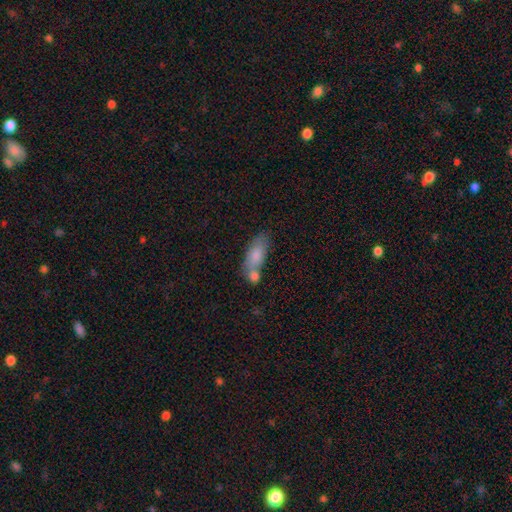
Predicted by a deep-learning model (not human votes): The model was most divided on "merging": none: 41%, merger: 38%, minor disturbance: 16%, major disturbance: 6%. More confident: smooth or featured — smooth (79%); how rounded — in between (77%).